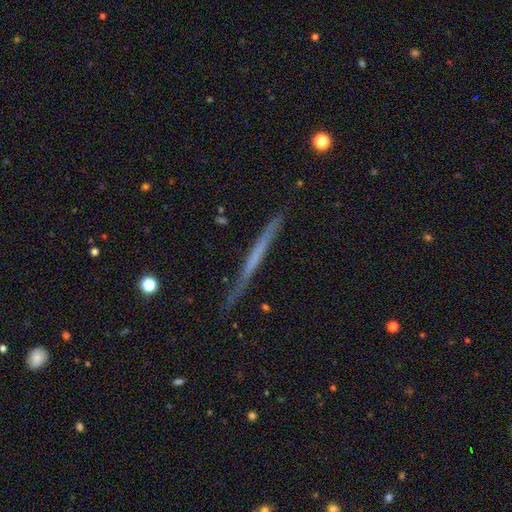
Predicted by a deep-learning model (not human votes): Smooth or featured: featured or disk — 54% (smooth — 40%)
Edge-on disk: yes — 97% (no — 3%)
Edge-on bulge: none — 91% (rounded — 5%)
Merging: none — 85% (minor disturbance — 11%)